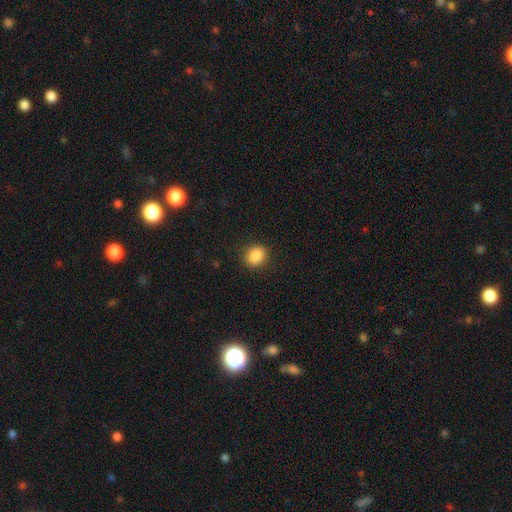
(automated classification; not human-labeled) Smooth or featured: smooth — 87% (star or artifact — 9%)
How rounded: round — 58% (in between — 41%)
Merging: none — 88% (minor disturbance — 8%)